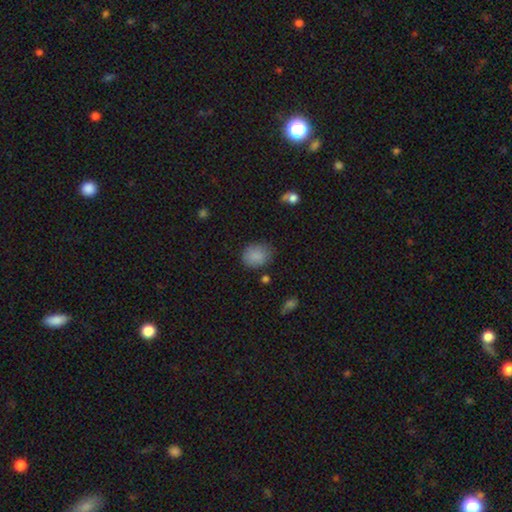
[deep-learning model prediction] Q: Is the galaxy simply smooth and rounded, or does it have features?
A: smooth — 86%.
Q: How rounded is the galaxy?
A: round — 56%.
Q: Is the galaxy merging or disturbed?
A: none — 72%.